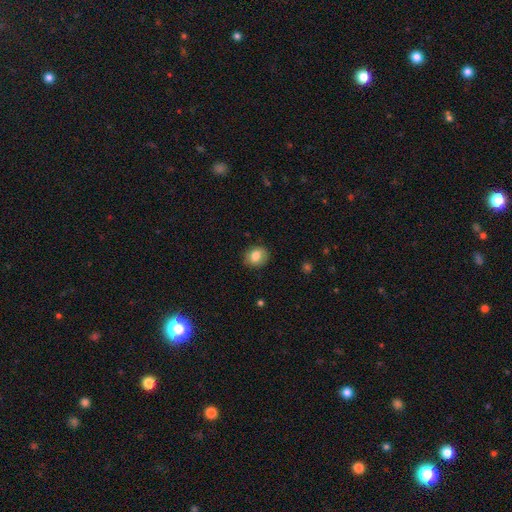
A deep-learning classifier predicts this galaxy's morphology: smooth_or_featured: smooth (p=0.79) [alt: featured or disk p=0.12]
how_rounded: round (p=0.70) [alt: in between p=0.29]
merging: none (p=0.84) [alt: minor disturbance p=0.12]